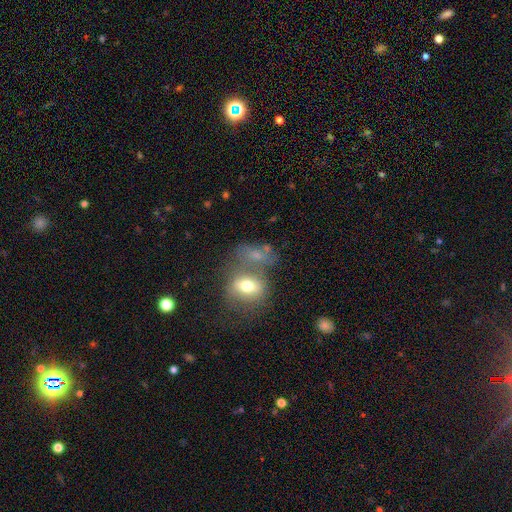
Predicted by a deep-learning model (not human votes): Smooth or featured?
  - smooth: 56% *
  - featured or disk: 28%
  - star or artifact: 16%
How rounded?
  - in between: 63% *
  - round: 33%
  - cigar-shaped: 5%
Merging?
  - merger: 41% *
  - none: 36%
  - minor disturbance: 13%
  - major disturbance: 10%